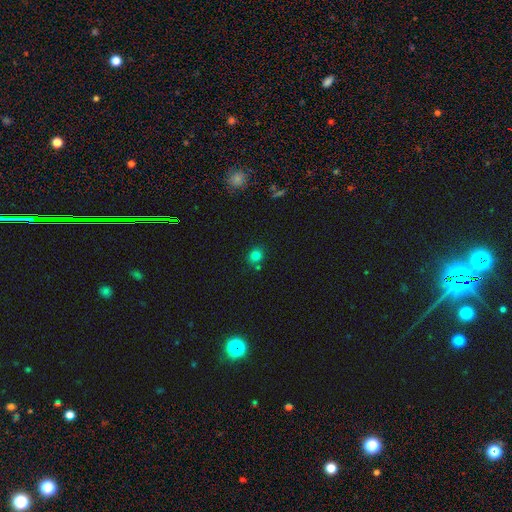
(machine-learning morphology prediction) A smooth galaxy with no disk features (79%) that is round (77%). Merging: none (76%).